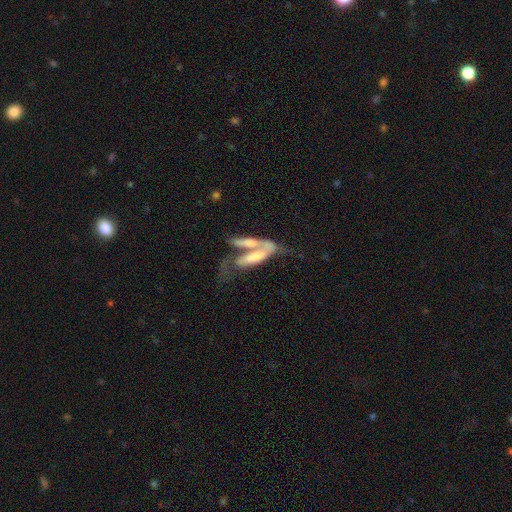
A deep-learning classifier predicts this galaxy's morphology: A featured or disk galaxy (49%).

Vote fractions:
- Smooth or featured? featured or disk: 49% / smooth: 45% / star or artifact: 7%
- Merging? merger: 65% / major disturbance: 14% / none: 13% / minor disturbance: 8%